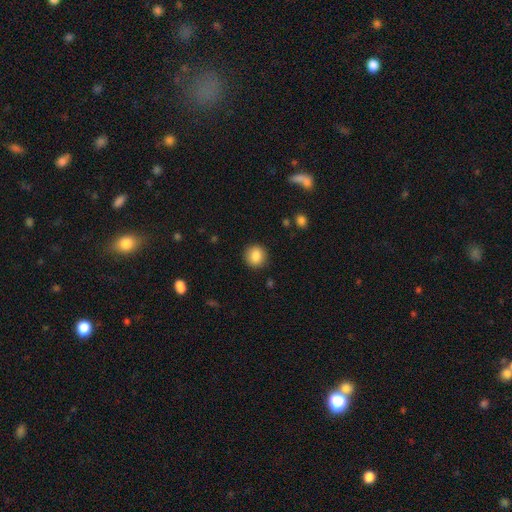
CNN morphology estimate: Smooth or featured? smooth (86%)
How rounded? round (87%)
Merging? none (90%)